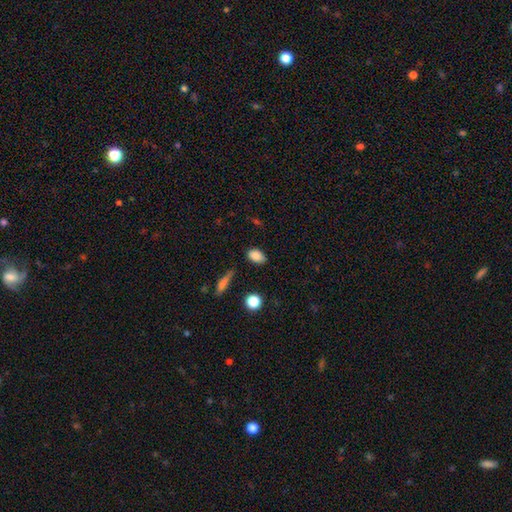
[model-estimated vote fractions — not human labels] A smooth galaxy with no disk features (86%) that is in between round and cigar-shaped (87%). Merging: none (81%).